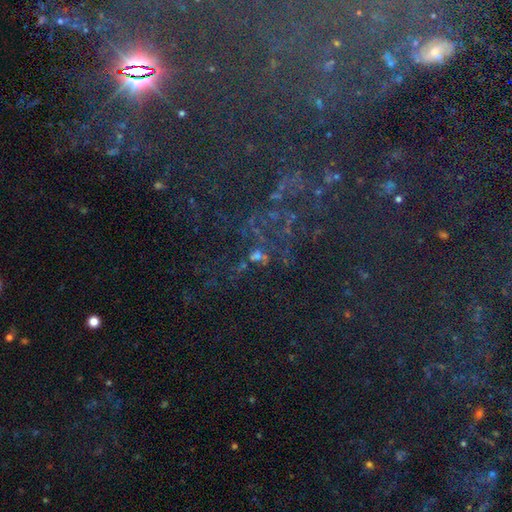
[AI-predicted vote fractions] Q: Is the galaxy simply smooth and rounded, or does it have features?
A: star or artifact — 58%.